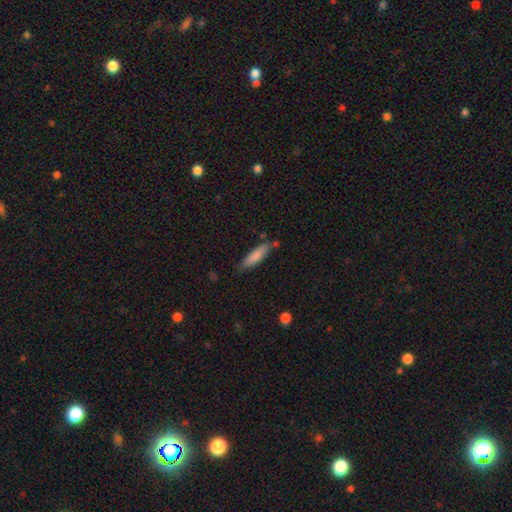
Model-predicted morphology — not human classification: type=smooth (81%); roundness=cigar-shaped (68%); merging=none (70%).